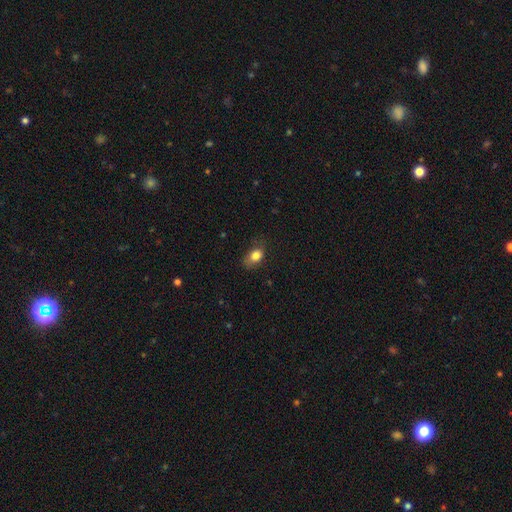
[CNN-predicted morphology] This is clearly a smooth galaxy (82%). How rounded: likely in between (78%). Merging: likely none (66%).